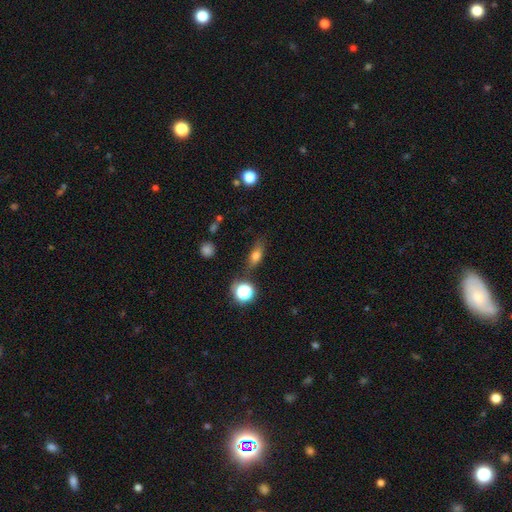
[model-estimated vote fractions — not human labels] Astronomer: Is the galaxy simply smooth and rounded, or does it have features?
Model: smooth — 69%.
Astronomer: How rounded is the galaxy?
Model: in between — 62%.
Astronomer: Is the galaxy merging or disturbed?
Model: none — 74%.